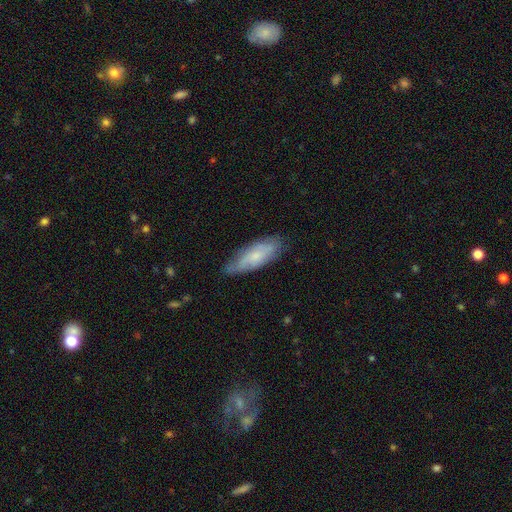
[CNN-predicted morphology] Smooth or featured? Predicted: smooth (p=0.55). How rounded? Predicted: in between (p=0.64). Merging? Predicted: none (p=0.70).